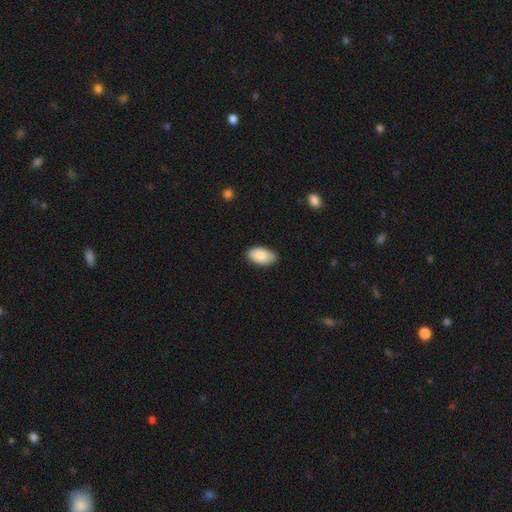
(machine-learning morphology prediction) This is clearly a smooth galaxy (88%). How rounded: clearly in between (95%). Merging: clearly none (84%).